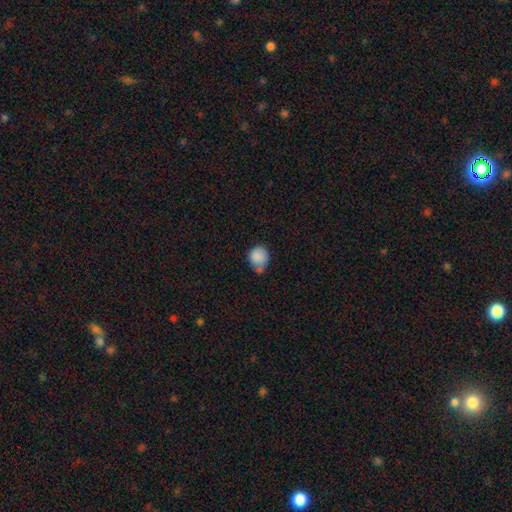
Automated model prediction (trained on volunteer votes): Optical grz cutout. It shows a smooth galaxy with no disk features (85%) that is round (79%). Merging: none (48%).